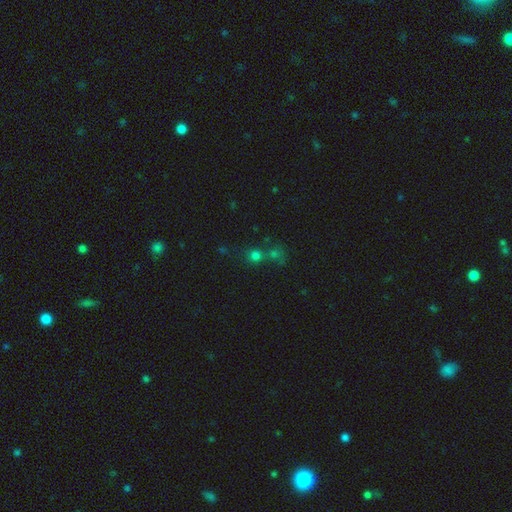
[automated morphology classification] smooth_or_featured: smooth (p=0.66) [alt: star or artifact p=0.26]
how_rounded: round (p=0.86) [alt: in between p=0.13]
merging: none (p=0.49) [alt: merger p=0.39]